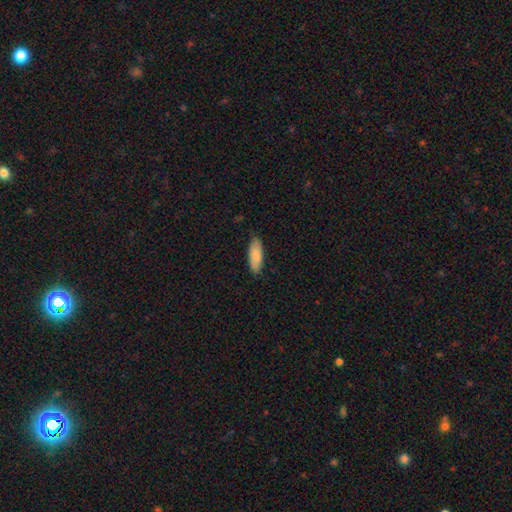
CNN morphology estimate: smooth-or-featured: smooth: 85% | featured or disk: 9% | star or artifact: 6%
  how-rounded: in between: 68% | cigar-shaped: 30% | round: 2%
  merging: none: 82% | minor disturbance: 15% | major disturbance: 2% | merger: 1%